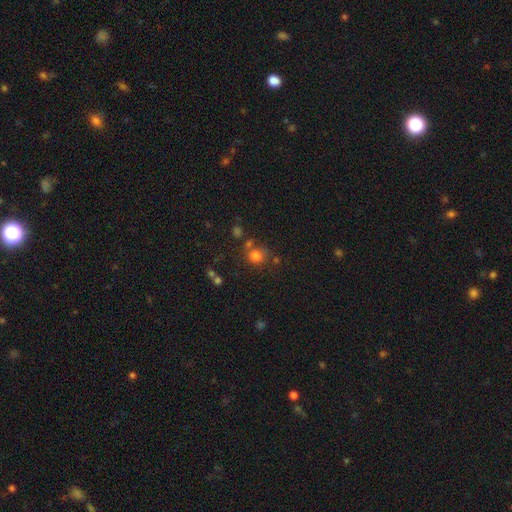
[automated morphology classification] Smooth or featured?
  - smooth: 76% *
  - star or artifact: 16%
  - featured or disk: 8%
How rounded?
  - round: 83% *
  - in between: 16%
  - cigar-shaped: 1%
Merging?
  - none: 65% *
  - merger: 16%
  - minor disturbance: 13%
  - major disturbance: 6%